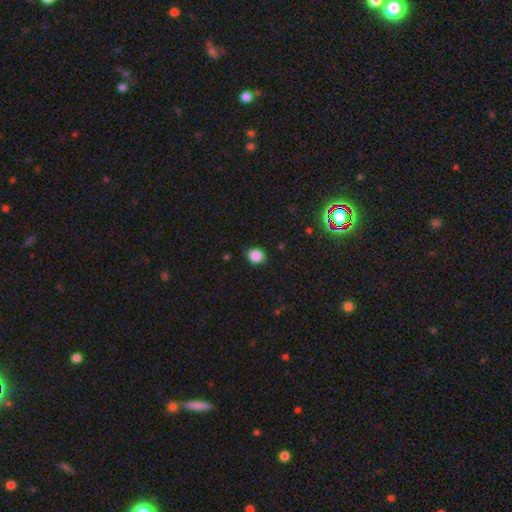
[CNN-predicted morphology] Smooth or featured? Predicted: smooth (p=0.87). How rounded? Predicted: round (p=0.80). Merging? Predicted: none (p=0.85).